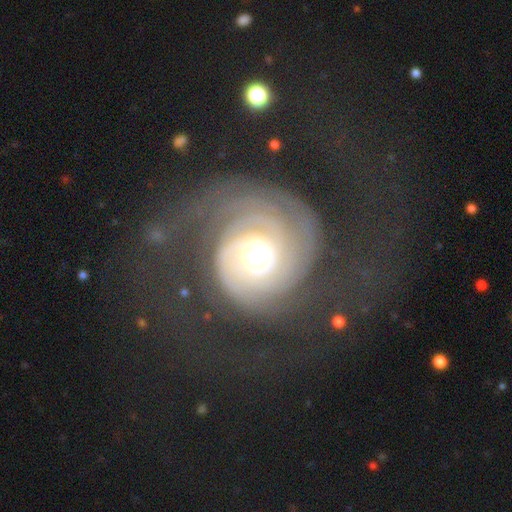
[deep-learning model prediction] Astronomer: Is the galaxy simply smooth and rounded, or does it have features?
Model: featured or disk — 86%.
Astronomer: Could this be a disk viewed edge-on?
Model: no — 98%.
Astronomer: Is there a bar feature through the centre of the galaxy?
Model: no — 74%.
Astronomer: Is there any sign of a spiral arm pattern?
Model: yes — 96%.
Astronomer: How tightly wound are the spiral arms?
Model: tight — 74%.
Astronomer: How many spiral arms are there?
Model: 2 — 32% (runner-up: can't tell, 23%).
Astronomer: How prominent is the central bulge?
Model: moderate — 72%.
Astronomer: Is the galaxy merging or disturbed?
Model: none — 60%.